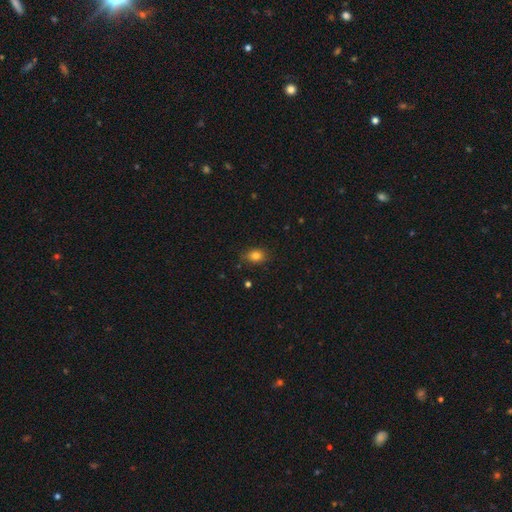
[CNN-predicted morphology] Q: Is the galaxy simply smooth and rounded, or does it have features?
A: smooth — 82%.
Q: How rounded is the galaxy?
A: in between — 63%.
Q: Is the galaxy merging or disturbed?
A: none — 82%.